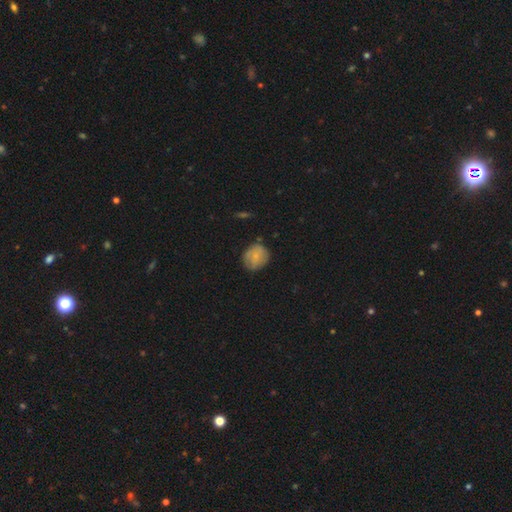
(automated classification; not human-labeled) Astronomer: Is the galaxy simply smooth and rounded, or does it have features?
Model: smooth — 71%.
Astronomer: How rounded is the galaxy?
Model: round — 73%.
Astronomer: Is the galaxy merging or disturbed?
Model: none — 69%.